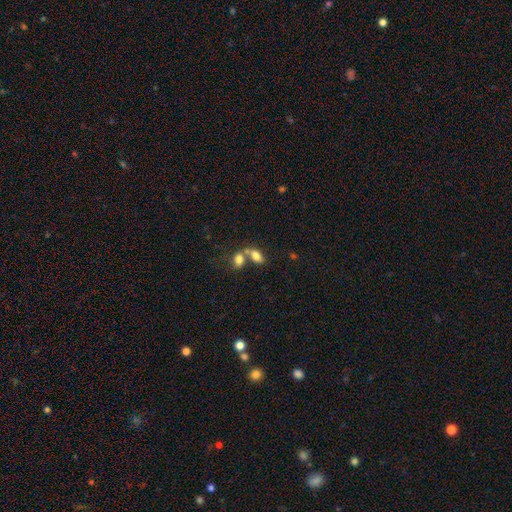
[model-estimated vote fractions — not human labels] A smooth galaxy with no disk features (78%) that is in between round and cigar-shaped (87%). Merging: merger (58%).